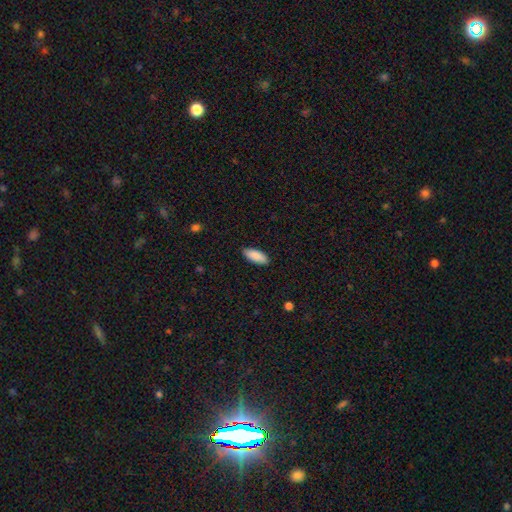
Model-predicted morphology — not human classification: Smooth or featured? smooth (90%)
How rounded? in between (80%)
Merging? none (89%)